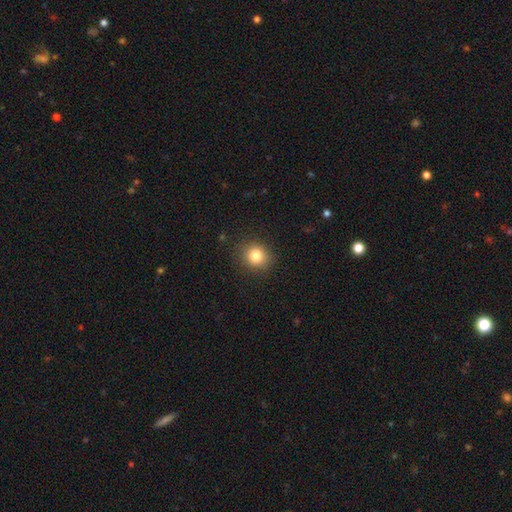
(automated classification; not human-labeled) The model was most divided on "how rounded": round: 83%, in between: 16%, cigar-shaped: 1%. More confident: merging — none (89%); smooth or featured — smooth (82%).